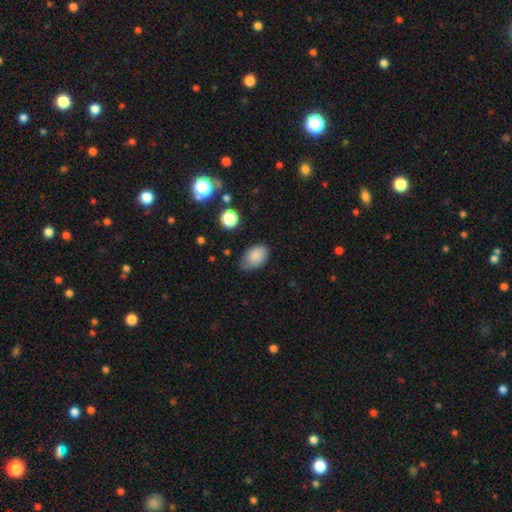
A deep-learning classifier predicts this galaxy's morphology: The model was most divided on "merging": none: 64%, minor disturbance: 29%, major disturbance: 6%, merger: 2%. More confident: smooth or featured — smooth (85%); how rounded — in between (84%).